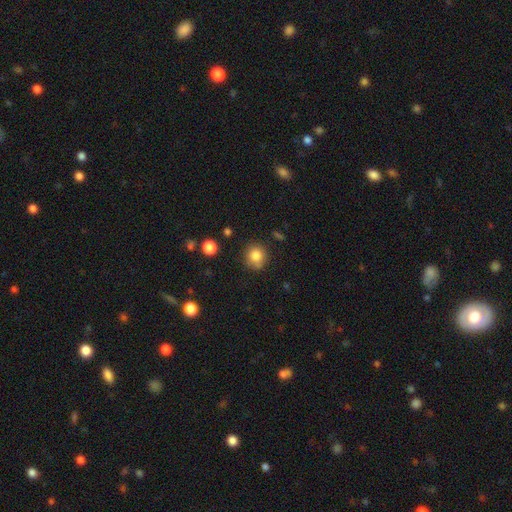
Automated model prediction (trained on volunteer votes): smooth 82%, star or artifact 11%, featured or disk 7%. Down the decision tree: how rounded — round (85%); merging — none (76%).